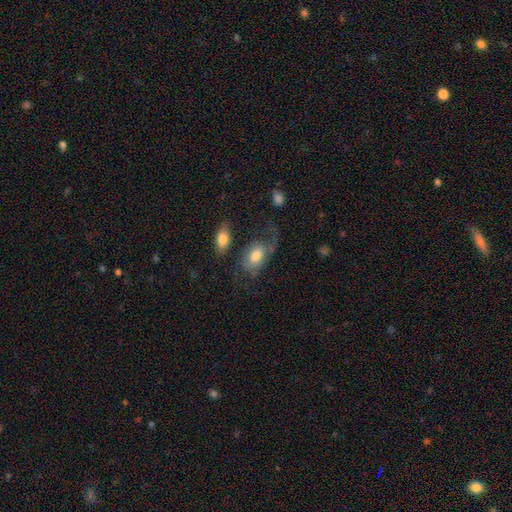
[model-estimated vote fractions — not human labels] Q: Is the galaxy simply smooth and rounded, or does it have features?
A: smooth — 56%.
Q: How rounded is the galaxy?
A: in between — 85%.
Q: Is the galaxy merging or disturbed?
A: major disturbance — 41%.